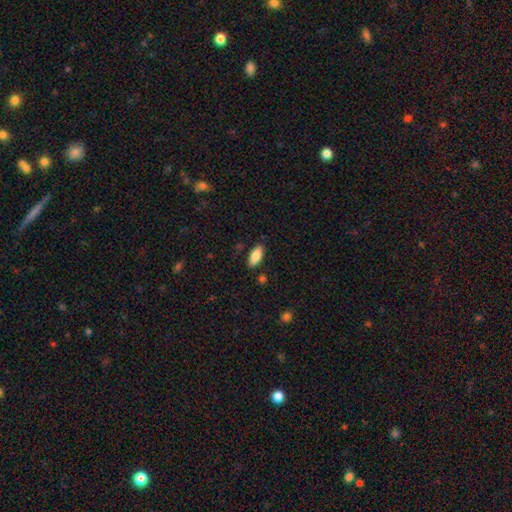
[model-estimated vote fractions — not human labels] Smooth or featured? Predicted: smooth (p=0.86). How rounded? Predicted: in between (p=0.85). Merging? Predicted: none (p=0.86).